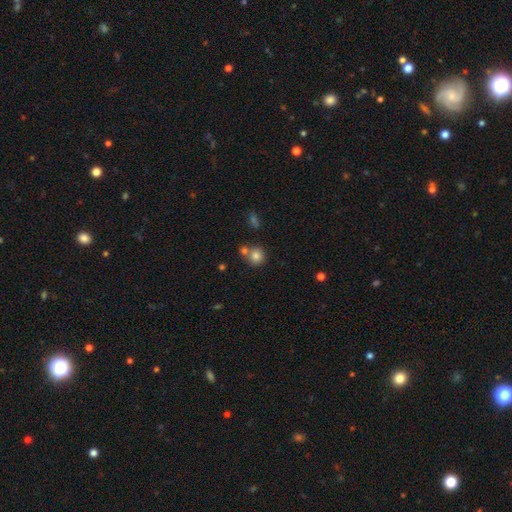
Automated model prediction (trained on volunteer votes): smooth_or_featured: smooth (p=0.81) [alt: star or artifact p=0.11]
how_rounded: round (p=0.89) [alt: in between p=0.10]
merging: none (p=0.62) [alt: merger p=0.26]